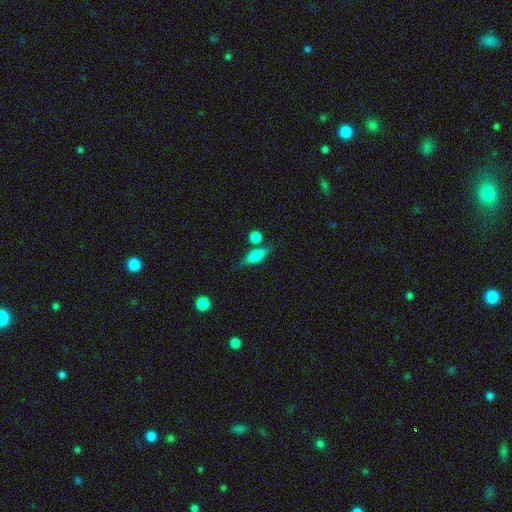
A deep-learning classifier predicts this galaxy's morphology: smooth_or_featured: smooth (p=0.50) [alt: featured or disk p=0.41]
how_rounded: in between (p=0.53) [alt: cigar-shaped p=0.38]
merging: none (p=0.69) [alt: minor disturbance p=0.15]